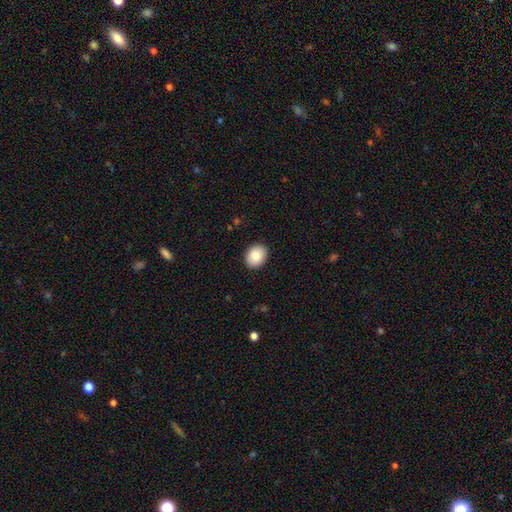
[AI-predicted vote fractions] A smooth galaxy with no disk features (86%) that is in between round and cigar-shaped (55%).

Vote fractions:
- Smooth or featured? smooth: 86% / star or artifact: 7% / featured or disk: 7%
- How rounded? in between: 55% / round: 44% / cigar-shaped: 1%
- Merging? none: 91% / minor disturbance: 7% / major disturbance: 2% / merger: 1%